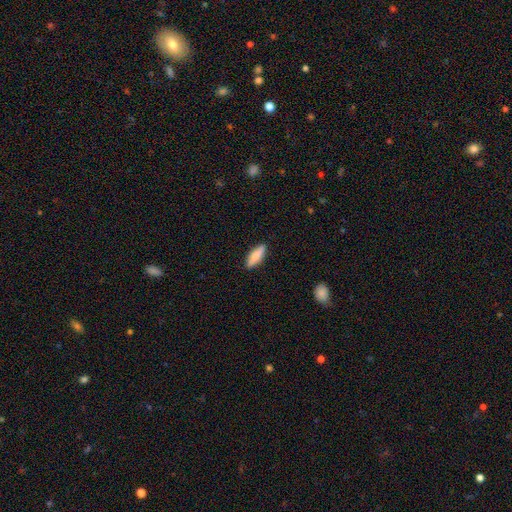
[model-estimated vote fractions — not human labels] Smooth or featured: smooth — 75% (featured or disk — 19%)
How rounded: cigar-shaped — 53% (in between — 45%)
Merging: none — 88% (minor disturbance — 9%)